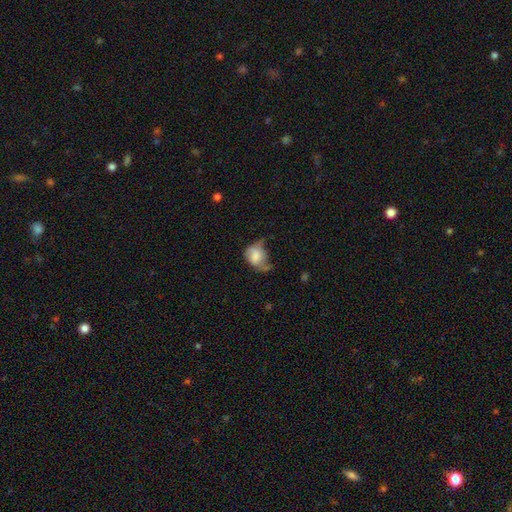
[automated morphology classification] This appears to be a smooth galaxy with no disk features (59%) that is in between round and cigar-shaped (67%). Merging: major disturbance (38%).